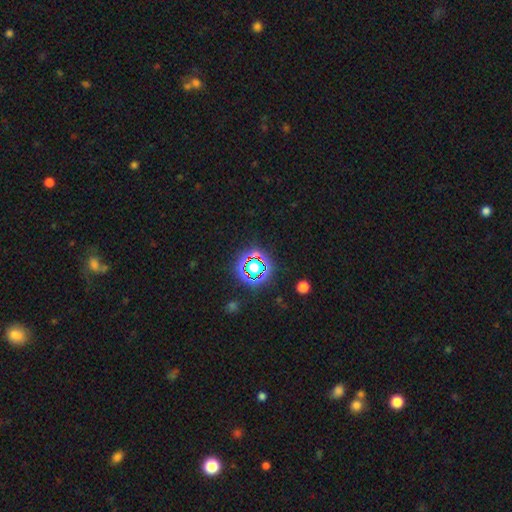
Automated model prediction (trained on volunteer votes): Smooth or featured: star or artifact — 74% (smooth — 18%)